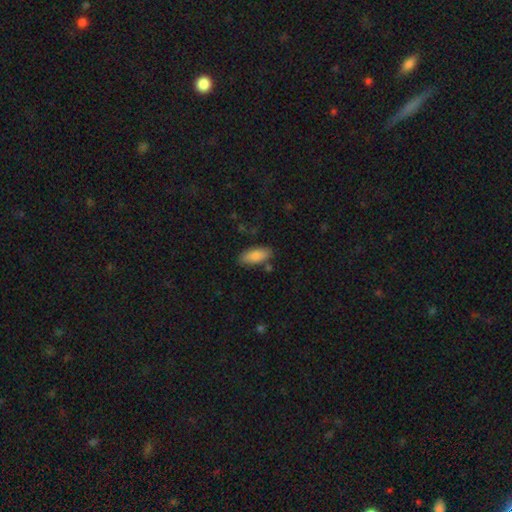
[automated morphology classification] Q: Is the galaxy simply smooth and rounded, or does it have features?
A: smooth — 86%.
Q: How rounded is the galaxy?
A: in between — 84%.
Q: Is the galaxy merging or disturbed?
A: none — 81%.